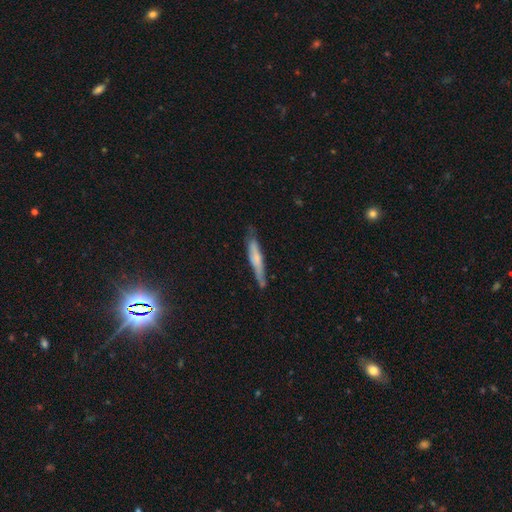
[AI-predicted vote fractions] smooth-or-featured: smooth: 56% | featured or disk: 37% | star or artifact: 7%
  how-rounded: cigar-shaped: 92% | in between: 7% | round: 1%
  merging: none: 67% | minor disturbance: 24% | major disturbance: 5% | merger: 4%